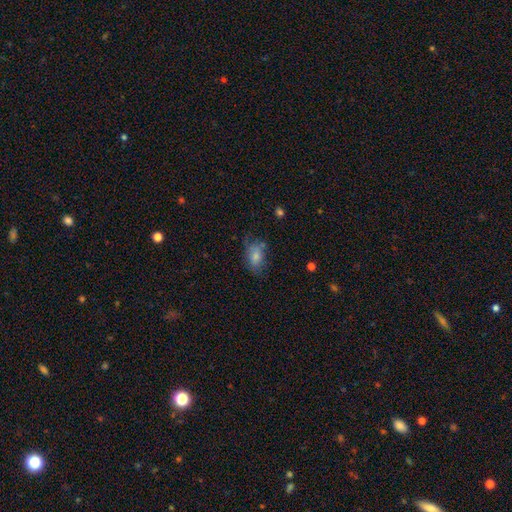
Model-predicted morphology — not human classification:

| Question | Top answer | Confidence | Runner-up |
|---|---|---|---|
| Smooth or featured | smooth | 76% | featured or disk (15%) |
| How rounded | in between | 87% | round (11%) |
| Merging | none | 52% | minor disturbance (29%) |